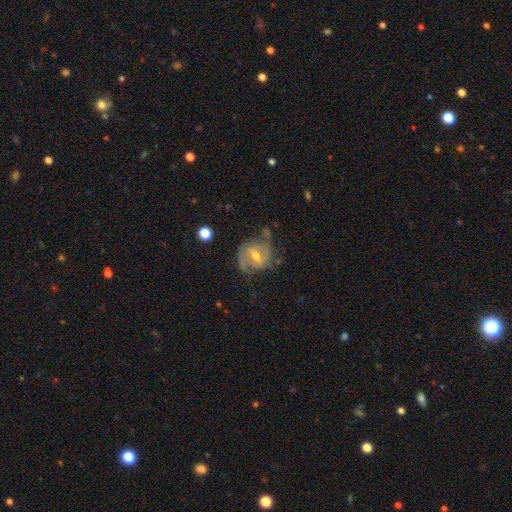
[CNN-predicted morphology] This appears to be a featured or disk galaxy (82%) with a weak bar (53%), 2 (70%) medium (46%) spiral arms (91%) and a moderate central bulge (61%). Merging: none (59%).